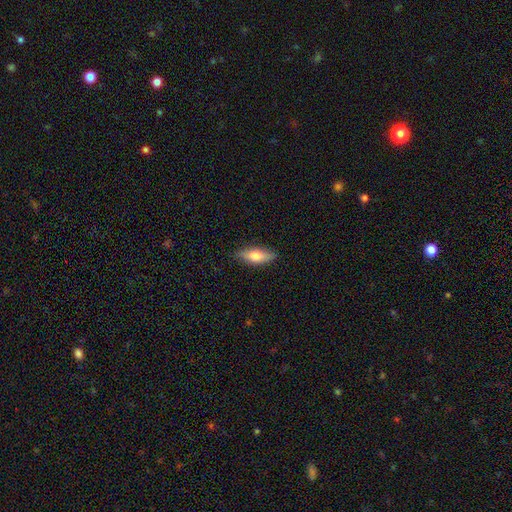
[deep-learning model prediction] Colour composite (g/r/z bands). It shows a smooth galaxy with no disk features (66%) that is in between round and cigar-shaped (62%). Merging: none (85%).